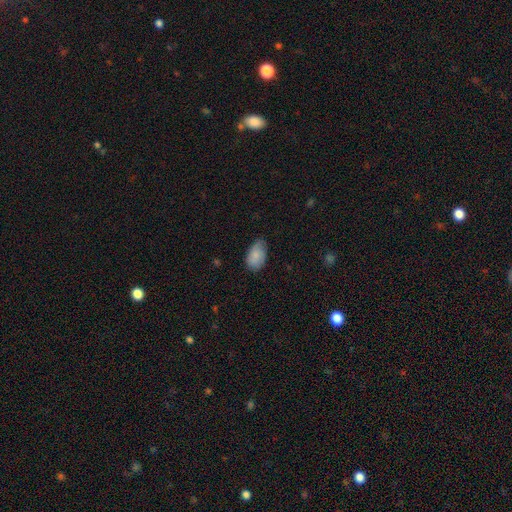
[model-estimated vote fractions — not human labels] smooth 80%, featured or disk 13%, star or artifact 7%. Down the decision tree: how rounded — in between (92%); merging — none (62%).